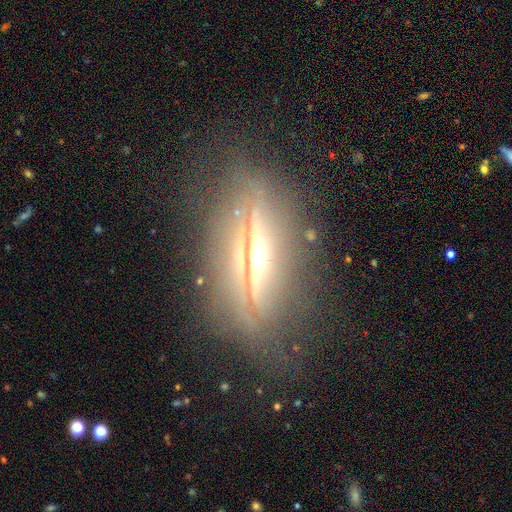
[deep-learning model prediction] A featured or disk galaxy (79%) viewed edge-on (89%) with a rounded central bulge (88%). Merging: none (74%).